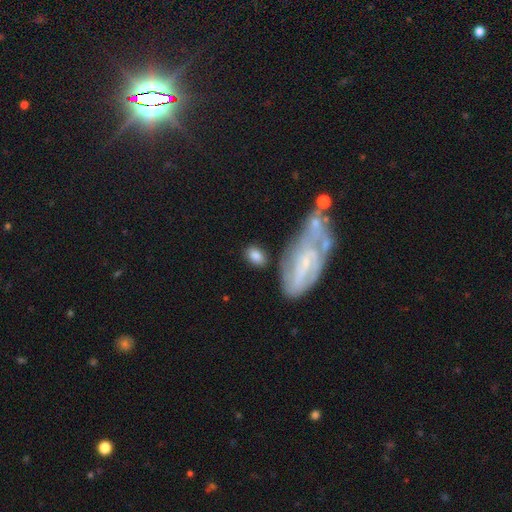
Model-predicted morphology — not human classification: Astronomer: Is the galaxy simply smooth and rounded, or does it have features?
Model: smooth — 71%.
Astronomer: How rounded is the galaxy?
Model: in between — 85%.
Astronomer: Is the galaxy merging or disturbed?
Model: none — 67%.